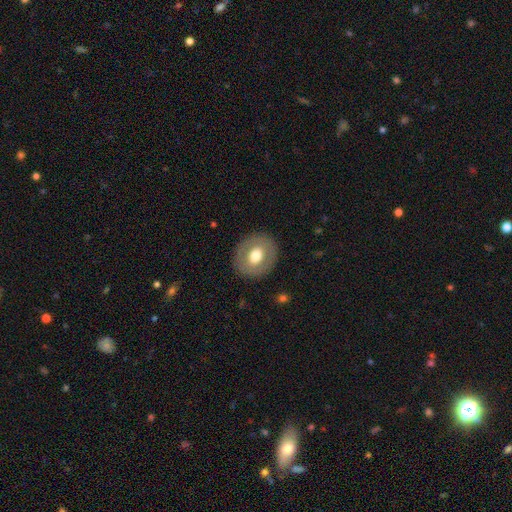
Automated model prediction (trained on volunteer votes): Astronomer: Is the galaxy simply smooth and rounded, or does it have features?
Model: smooth — 60%.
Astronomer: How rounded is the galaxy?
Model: round — 72%.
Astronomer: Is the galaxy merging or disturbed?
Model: none — 87%.